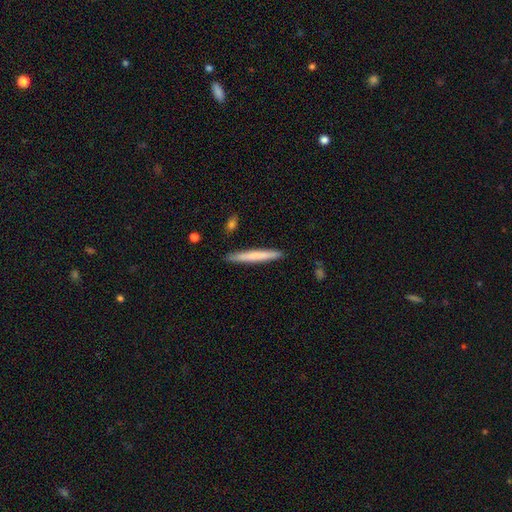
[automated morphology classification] A smooth galaxy with no disk features (69%) that is cigar-shaped (96%). Merging: none (90%).